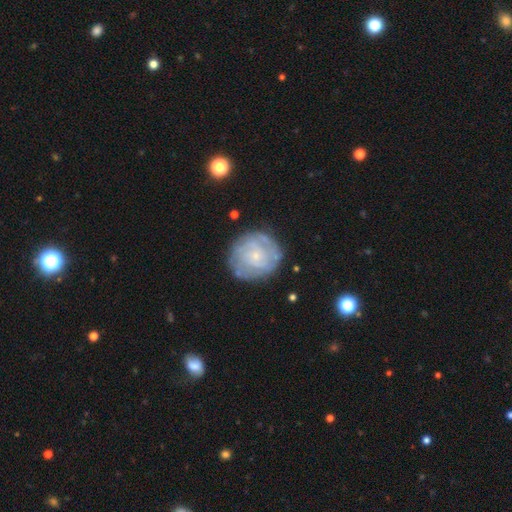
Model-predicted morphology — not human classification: type=featured or disk (62%); edge-on=no (98%); bar=no (79%); spiral arms=yes (68%); bulge=small (78%); merging=none (76%).